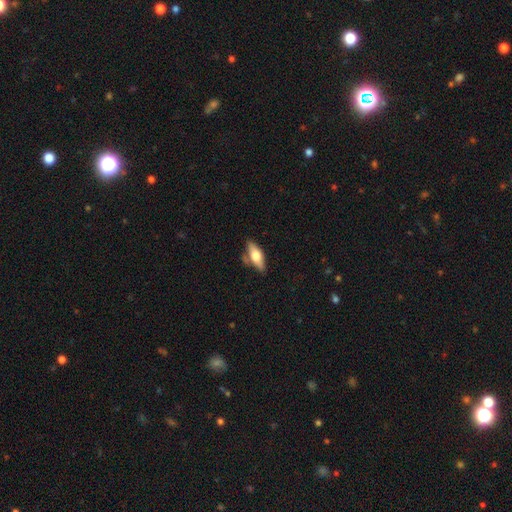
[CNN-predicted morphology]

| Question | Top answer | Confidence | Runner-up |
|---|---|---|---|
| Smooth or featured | smooth | 51% | featured or disk (42%) |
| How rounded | in between | 66% | cigar-shaped (31%) |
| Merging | none | 64% | minor disturbance (20%) |